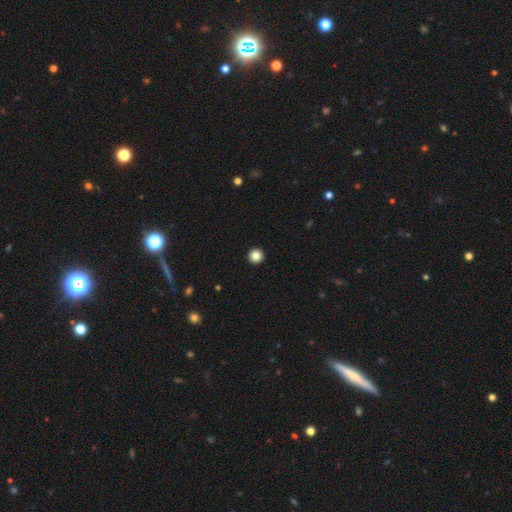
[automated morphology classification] smooth-or-featured: smooth: 85% | star or artifact: 10% | featured or disk: 5%
  how-rounded: round: 96% | in between: 3% | cigar-shaped: 1%
  merging: none: 94% | minor disturbance: 3% | major disturbance: 1% | merger: 1%